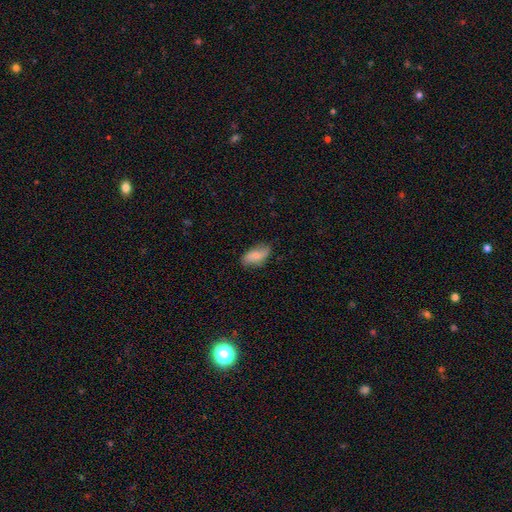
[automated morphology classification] Smooth or featured? smooth (70%)
How rounded? in between (91%)
Merging? none (74%)